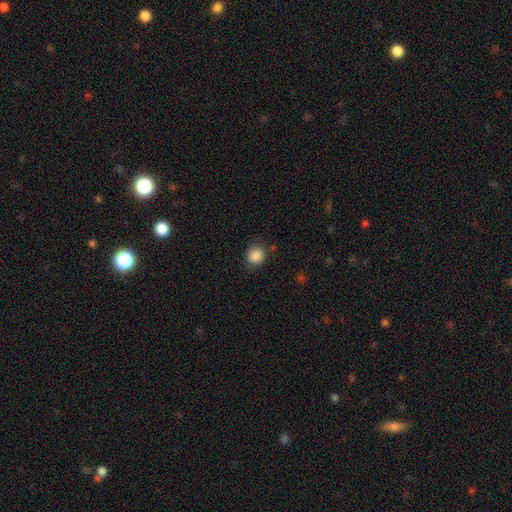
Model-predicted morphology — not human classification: Smooth or featured: smooth — 87% (star or artifact — 9%)
How rounded: round — 76% (in between — 23%)
Merging: none — 80% (minor disturbance — 14%)